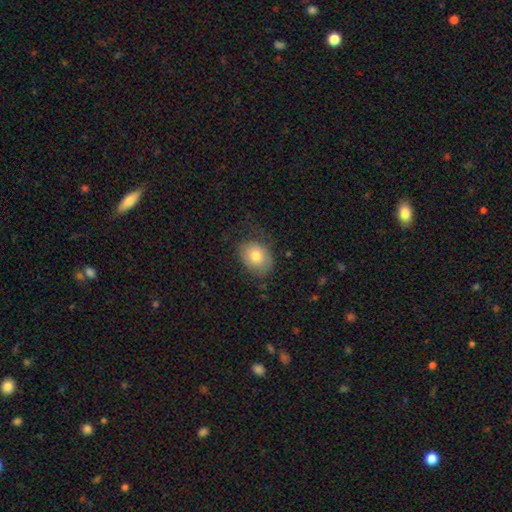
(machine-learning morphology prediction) Smooth or featured? Predicted: smooth (p=0.77). How rounded? Predicted: in between (p=0.66). Merging? Predicted: none (p=0.62).